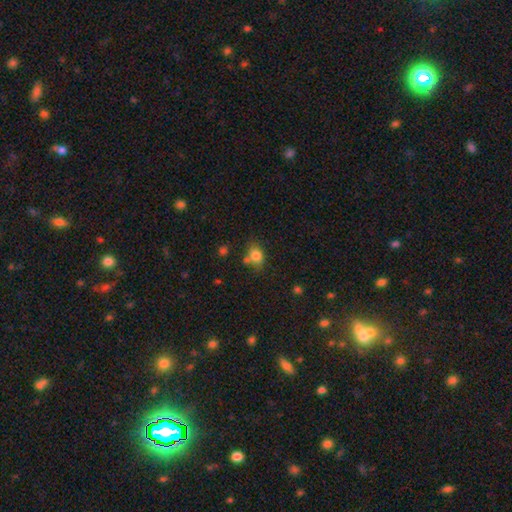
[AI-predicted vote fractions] Q: Smooth or featured?
A: smooth (79%); runner-up: star or artifact (11%)
Q: How rounded?
A: in between (60%); runner-up: round (38%)
Q: Merging?
A: none (55%); runner-up: minor disturbance (20%)